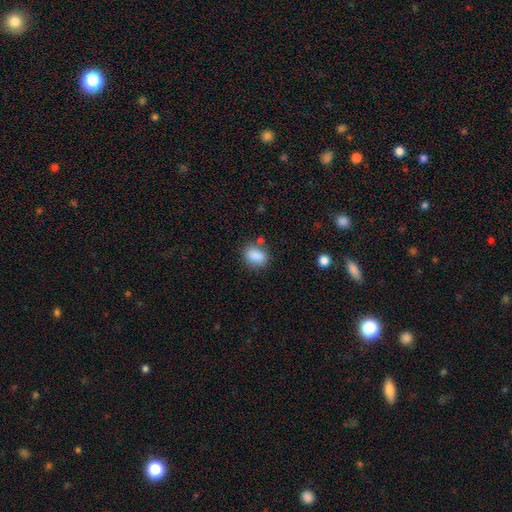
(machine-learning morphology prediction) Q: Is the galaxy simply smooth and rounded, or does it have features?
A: smooth — 87%.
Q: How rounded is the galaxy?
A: in between — 71%.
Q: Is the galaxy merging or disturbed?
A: none — 74%.